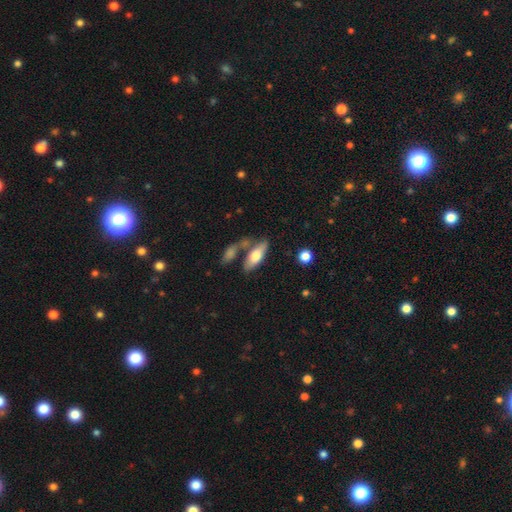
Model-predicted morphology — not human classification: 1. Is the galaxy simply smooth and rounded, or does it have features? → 64% smooth, 30% featured or disk, 6% star or artifact.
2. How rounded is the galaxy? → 67% in between, 30% cigar-shaped, 3% round.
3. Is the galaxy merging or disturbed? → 55% none, 23% merger, 15% minor disturbance, 6% major disturbance.